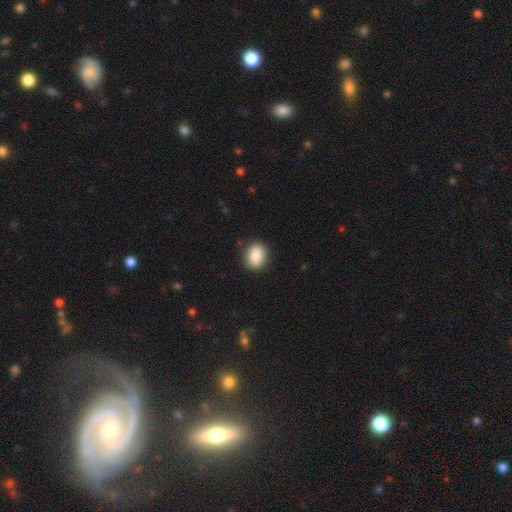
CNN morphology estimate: This is clearly a smooth galaxy (88%). How rounded: likely in between (64%). Merging: clearly none (87%).